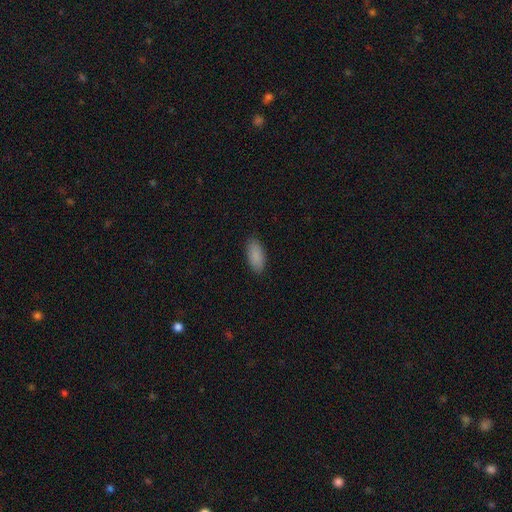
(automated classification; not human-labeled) A smooth galaxy with no disk features (90%) that is in between round and cigar-shaped (90%). Merging: none (88%).